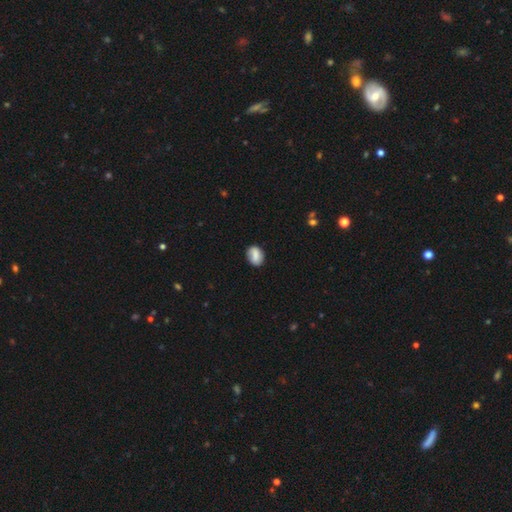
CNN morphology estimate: This is likely a smooth galaxy (75%). How rounded: likely in between (63%). Merging: clearly none (82%).